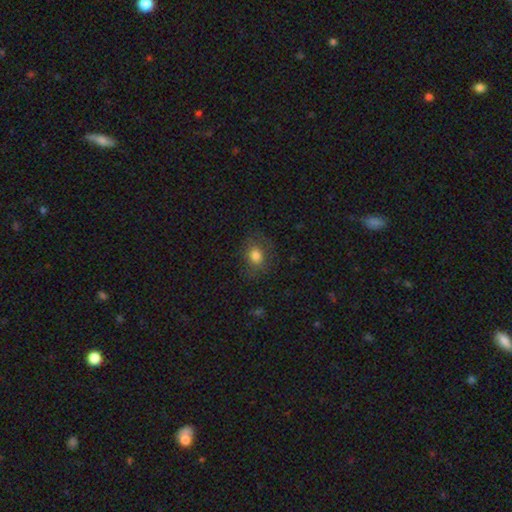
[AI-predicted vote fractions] This is likely a smooth galaxy (79%). How rounded: possibly round (53%). Merging: likely none (75%).